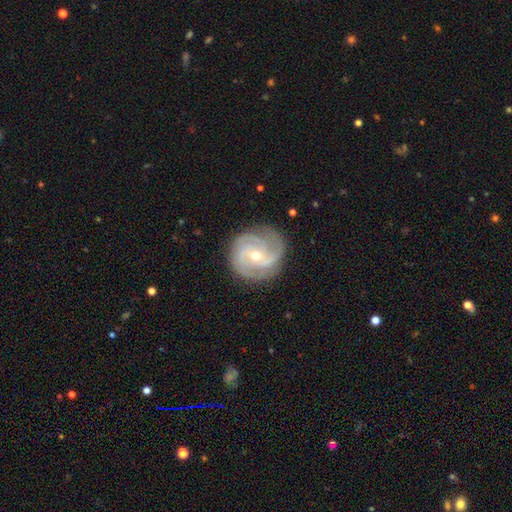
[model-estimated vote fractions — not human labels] The model was most divided on "bulge size": small: 50%, moderate: 48%, large: 1%, none: 1%, dominant: 1%. More confident: spiral arms — yes (98%); edge-on disk — no (98%); smooth or featured — featured or disk (89%); merging — none (82%); spiral winding — tight (64%); bar — no (53%); spiral arm count — 3 (51%).